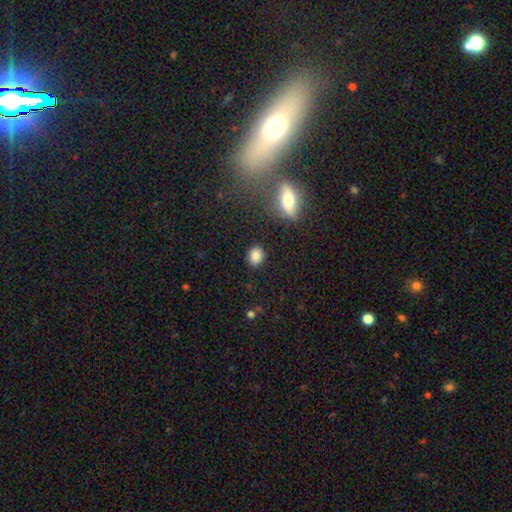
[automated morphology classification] A smooth galaxy with no disk features (86%) that is in between round and cigar-shaped (51%). Merging: none (87%).